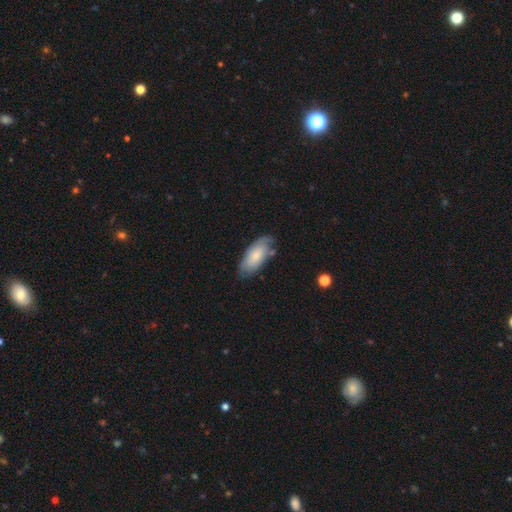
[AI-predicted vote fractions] A smooth galaxy with no disk features (63%) that is in between round and cigar-shaped (89%). Merging: none (64%).